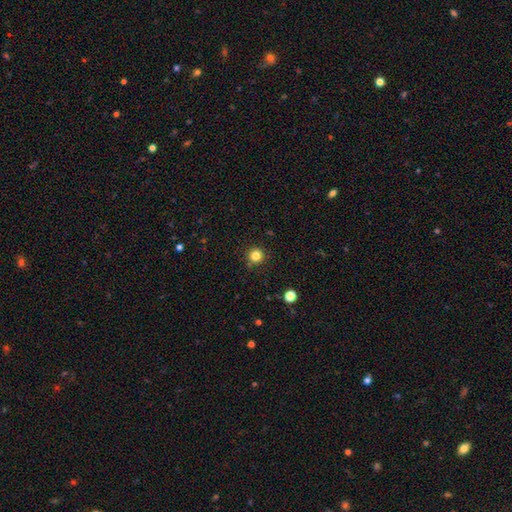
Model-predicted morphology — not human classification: smooth_or_featured: smooth (p=0.82) [alt: star or artifact p=0.13]
how_rounded: round (p=0.95) [alt: in between p=0.05]
merging: none (p=0.89) [alt: minor disturbance p=0.07]